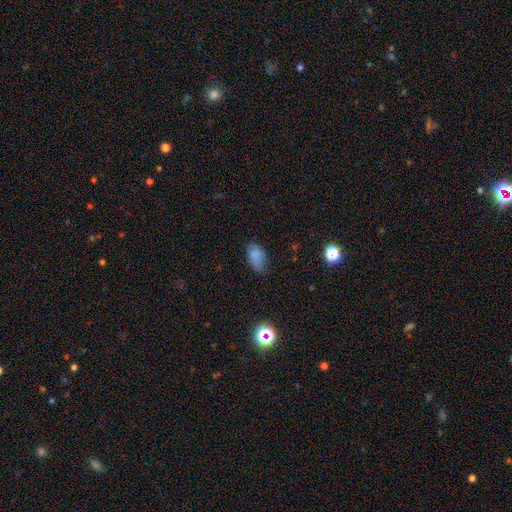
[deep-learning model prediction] A smooth galaxy with no disk features (81%) that is in between round and cigar-shaped (92%). Merging: none (64%).